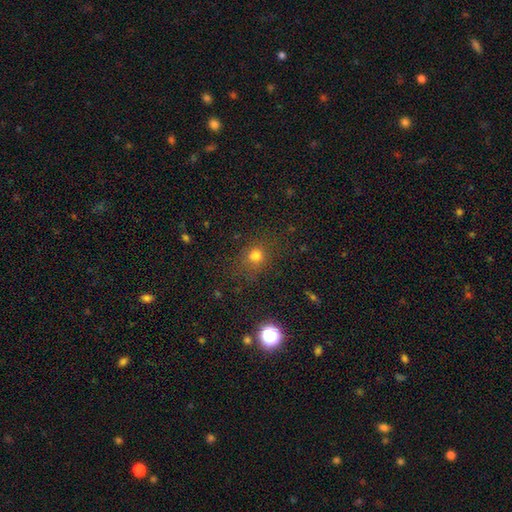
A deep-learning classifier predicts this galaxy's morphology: Q: Smooth or featured?
A: smooth (70%); runner-up: star or artifact (22%)
Q: How rounded?
A: round (74%); runner-up: in between (25%)
Q: Merging?
A: none (71%); runner-up: minor disturbance (15%)